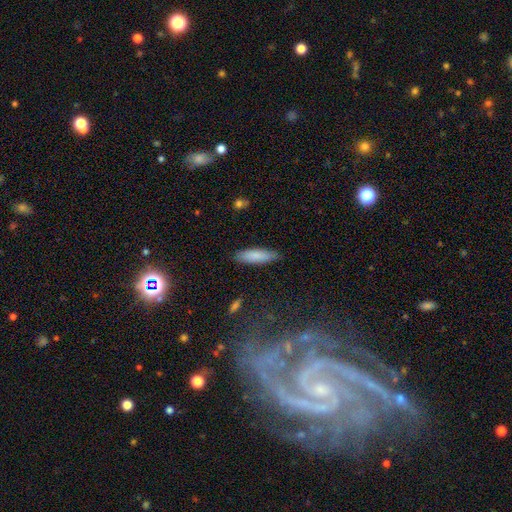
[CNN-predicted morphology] A smooth galaxy with no disk features (84%) that is cigar-shaped (63%).

Vote fractions:
- Smooth or featured? smooth: 84% / featured or disk: 10% / star or artifact: 6%
- How rounded? cigar-shaped: 63% / in between: 36% / round: 1%
- Merging? none: 84% / minor disturbance: 13% / major disturbance: 2% / merger: 1%